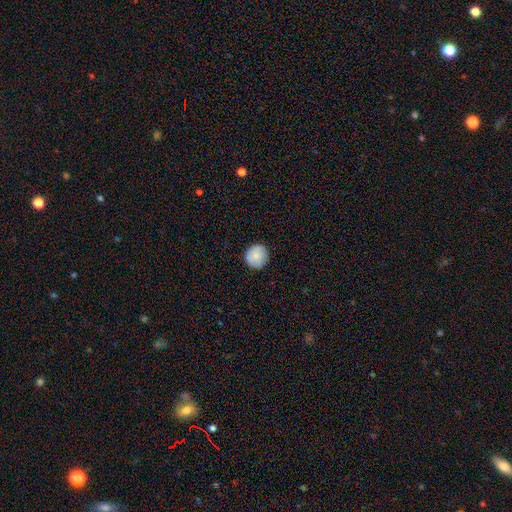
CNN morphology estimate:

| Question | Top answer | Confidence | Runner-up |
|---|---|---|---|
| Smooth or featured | smooth | 84% | featured or disk (9%) |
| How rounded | round | 94% | in between (5%) |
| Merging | none | 88% | minor disturbance (9%) |